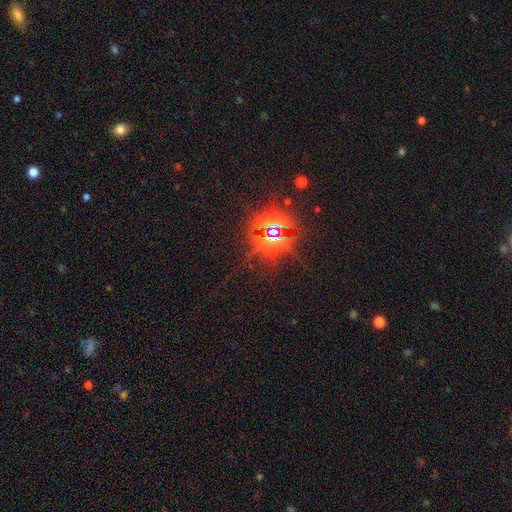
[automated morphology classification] smooth-or-featured: star or artifact: 84% | smooth: 10% | featured or disk: 5%